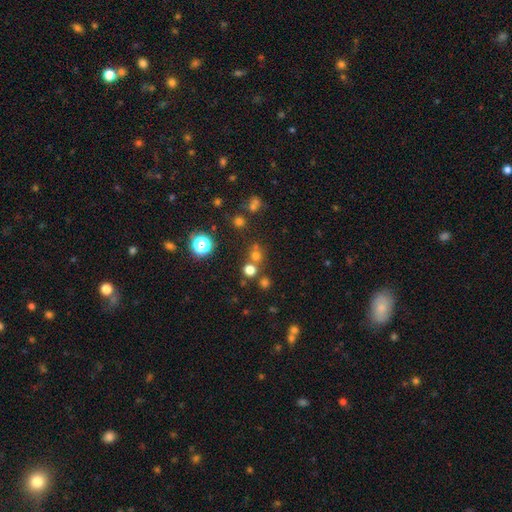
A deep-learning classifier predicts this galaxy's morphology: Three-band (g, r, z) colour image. It shows a smooth galaxy with no disk features (59%) that is round (87%). Merging: none (67%).